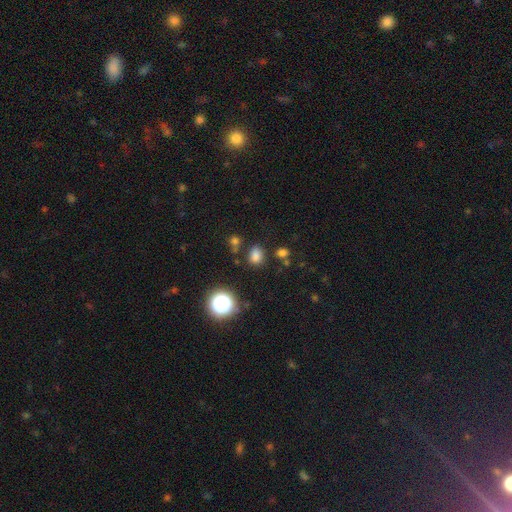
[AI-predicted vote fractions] The model was most divided on "how rounded": in between: 56%, round: 42%, cigar-shaped: 1%. More confident: merging — none (79%); smooth or featured — smooth (76%).